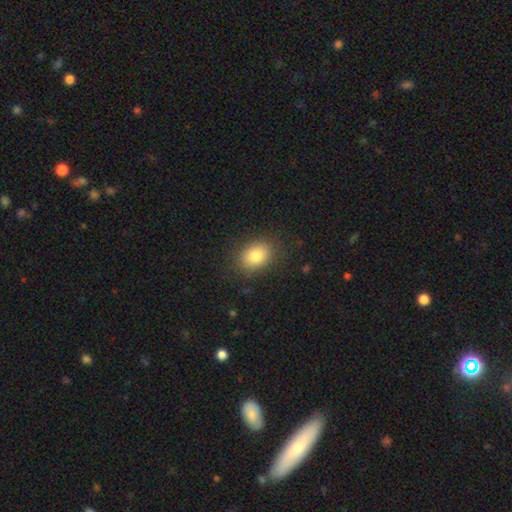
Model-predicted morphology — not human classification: Smooth or featured? smooth (82%)
How rounded? in between (69%)
Merging? none (85%)